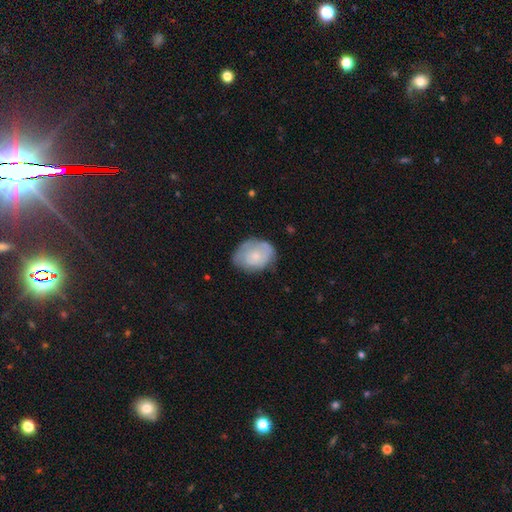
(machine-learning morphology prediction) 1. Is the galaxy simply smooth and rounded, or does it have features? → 60% smooth, 34% featured or disk, 6% star or artifact.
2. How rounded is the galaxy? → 66% in between, 33% round, 1% cigar-shaped.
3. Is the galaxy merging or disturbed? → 62% none, 28% minor disturbance, 9% major disturbance, 2% merger.